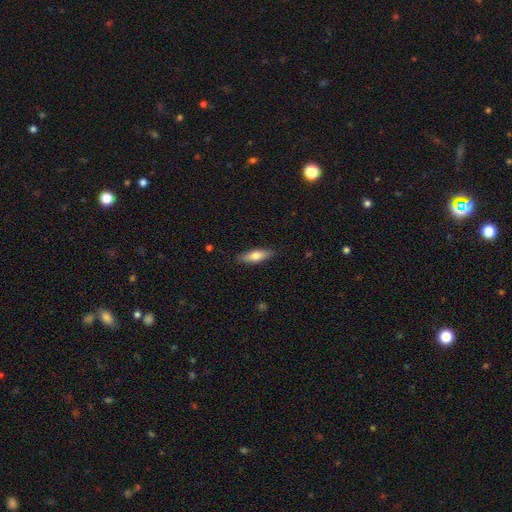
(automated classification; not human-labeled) Smooth or featured? Predicted: smooth (p=0.68). How rounded? Predicted: in between (p=0.49, tied with cigar-shaped). Merging? Predicted: none (p=0.87).